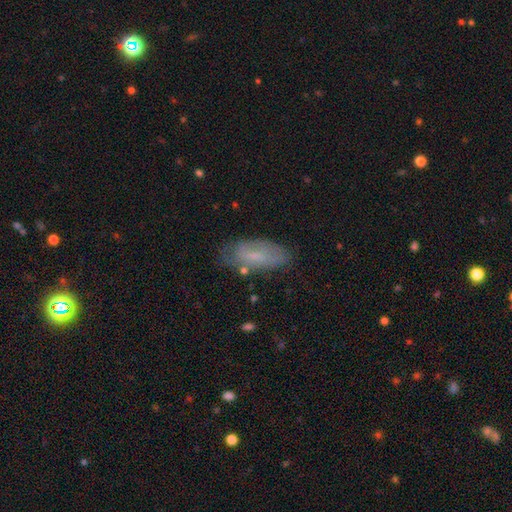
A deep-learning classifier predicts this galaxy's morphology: A smooth galaxy with no disk features (54%) that is in between round and cigar-shaped (77%).

Vote fractions:
- Smooth or featured? smooth: 54% / featured or disk: 37% / star or artifact: 8%
- How rounded? in between: 77% / cigar-shaped: 20% / round: 2%
- Merging? none: 68% / minor disturbance: 22% / major disturbance: 7% / merger: 3%